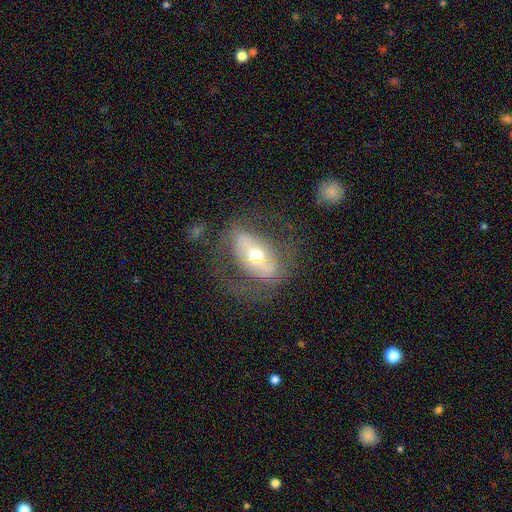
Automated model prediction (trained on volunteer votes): A featured or disk galaxy (68%) with a strong bar (51%), no spiral arms (56%) and a moderate central bulge (65%). Merging: none (61%).